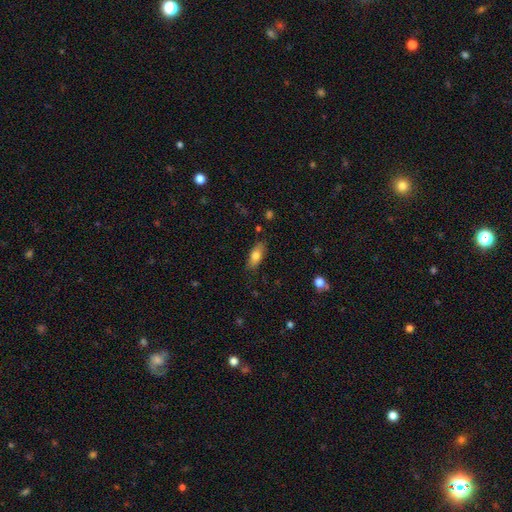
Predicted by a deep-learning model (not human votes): Morphology: type=smooth (76%); roundness=in between (77%); merging=none (83%).